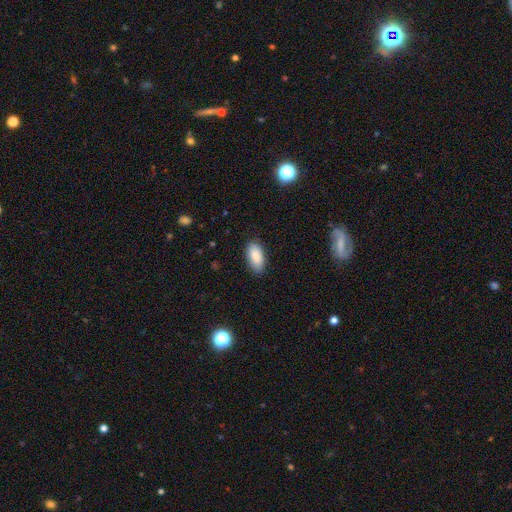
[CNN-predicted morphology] smooth 89%, star or artifact 7%, featured or disk 5%. Down the decision tree: how rounded — in between (92%); merging — none (83%).